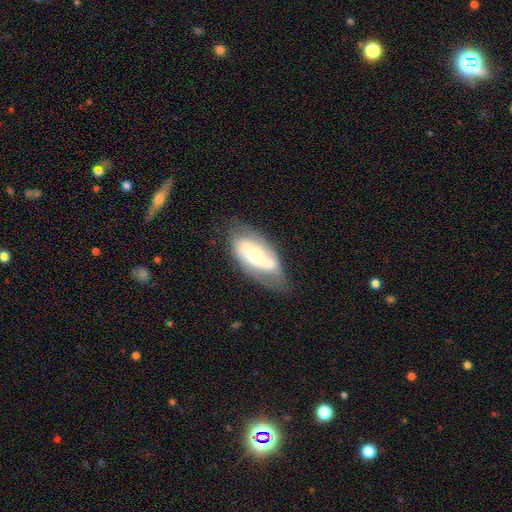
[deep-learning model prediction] smooth-or-featured: featured or disk: 68% | smooth: 25% | star or artifact: 6%
  disk-edge-on: no: 93% | yes: 7%
    bar: no: 45% | weak: 35% | strong: 20%
    has-spiral-arms: yes: 87% | no: 13%
      spiral-winding: medium: 43% | loose: 30% | tight: 27%
      spiral-arm-count: 2: 78% | can't tell: 13% | 1: 4% | 3: 3% | 4: 1% | more than 4: 1%
    bulge-size: moderate: 48% | small: 38% | large: 9% | none: 2% | dominant: 2%
  merging: none: 66% | minor disturbance: 22% | major disturbance: 9% | merger: 3%